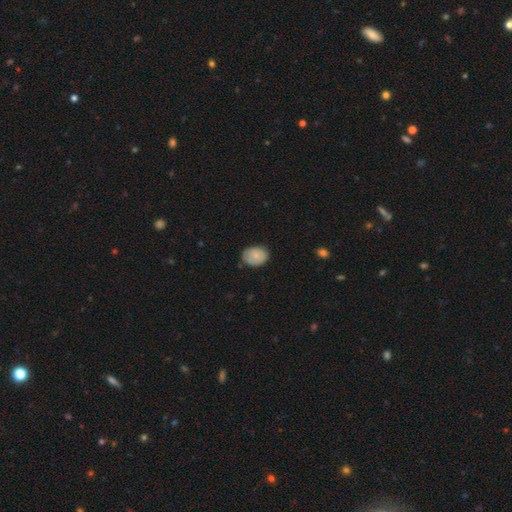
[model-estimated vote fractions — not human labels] Smooth or featured? smooth (77%)
How rounded? in between (70%)
Merging? none (73%)